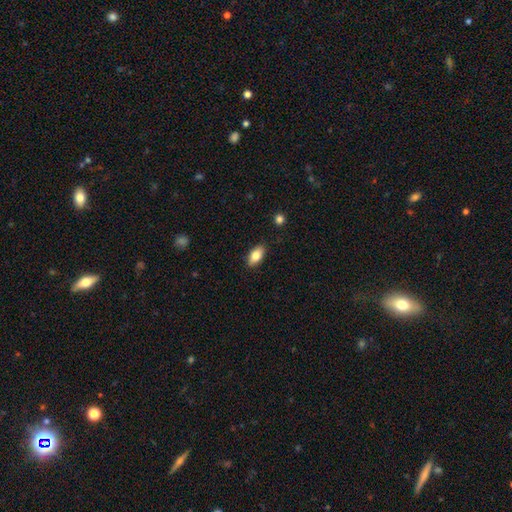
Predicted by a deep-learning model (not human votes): Smooth or featured: smooth — 81% (featured or disk — 12%)
How rounded: in between — 91% (cigar-shaped — 6%)
Merging: none — 88% (minor disturbance — 9%)